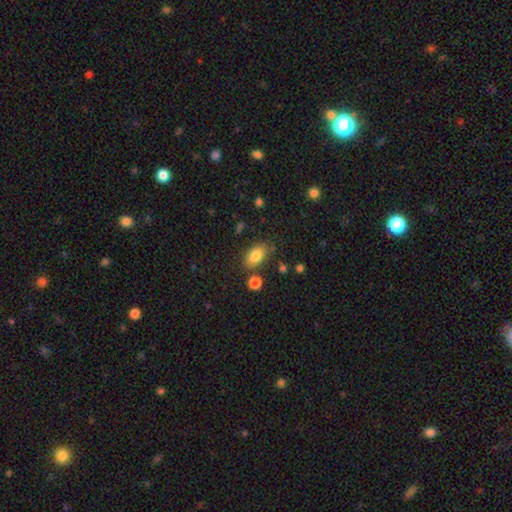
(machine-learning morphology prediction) A smooth galaxy with no disk features (83%) that is in between round and cigar-shaped (89%).

Vote fractions:
- Smooth or featured? smooth: 83% / star or artifact: 9% / featured or disk: 8%
- How rounded? in between: 89% / round: 8% / cigar-shaped: 3%
- Merging? none: 75% / minor disturbance: 15% / merger: 6% / major disturbance: 4%